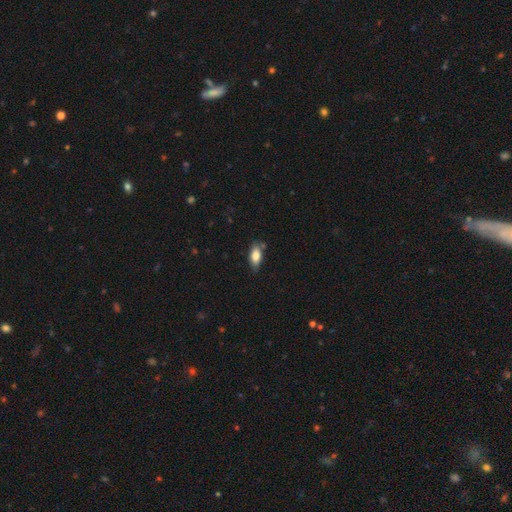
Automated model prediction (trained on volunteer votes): Smooth or featured: smooth — 79% (featured or disk — 14%)
How rounded: in between — 86% (cigar-shaped — 10%)
Merging: none — 72% (minor disturbance — 20%)